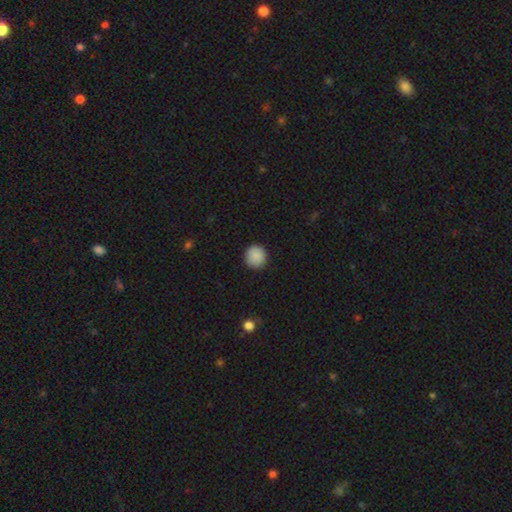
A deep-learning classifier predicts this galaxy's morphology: Smooth or featured: smooth — 89% (star or artifact — 8%)
How rounded: round — 92% (in between — 7%)
Merging: none — 90% (minor disturbance — 7%)